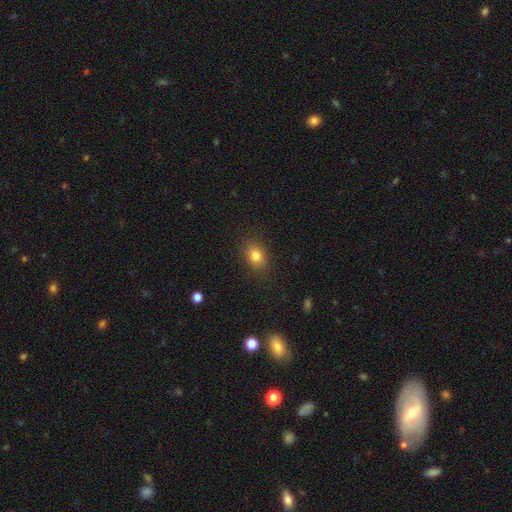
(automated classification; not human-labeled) This is clearly a smooth galaxy (82%). How rounded: likely in between (64%). Merging: clearly none (86%).